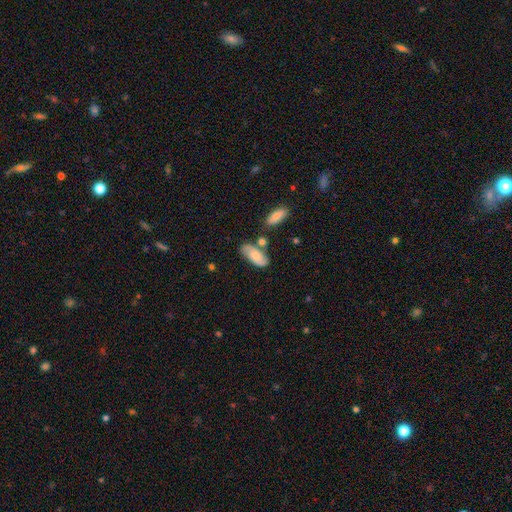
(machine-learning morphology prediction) Q: Smooth or featured?
A: smooth (56%); runner-up: featured or disk (37%)
Q: How rounded?
A: in between (88%); runner-up: cigar-shaped (9%)
Q: Merging?
A: none (60%); runner-up: minor disturbance (20%)